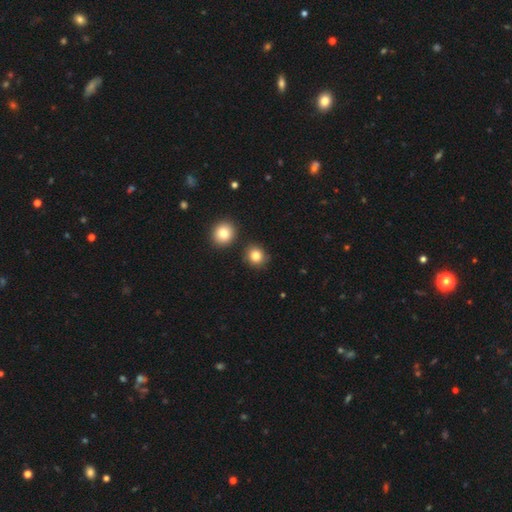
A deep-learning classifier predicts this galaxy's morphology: Q: Smooth or featured?
A: smooth (83%); runner-up: star or artifact (11%)
Q: How rounded?
A: round (84%); runner-up: in between (15%)
Q: Merging?
A: none (84%); runner-up: minor disturbance (8%)